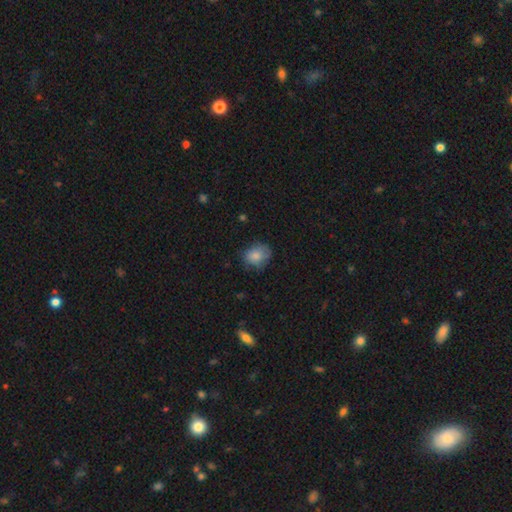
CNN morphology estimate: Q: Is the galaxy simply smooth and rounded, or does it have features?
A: smooth — 79%.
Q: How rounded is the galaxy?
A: in between — 51%.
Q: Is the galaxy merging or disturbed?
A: none — 64%.